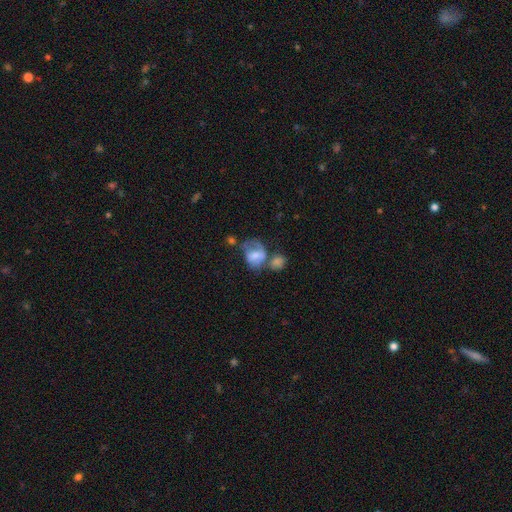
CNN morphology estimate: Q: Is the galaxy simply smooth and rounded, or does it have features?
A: smooth — 52%.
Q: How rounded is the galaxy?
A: in between — 58%.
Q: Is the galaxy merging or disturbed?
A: merger — 38%.